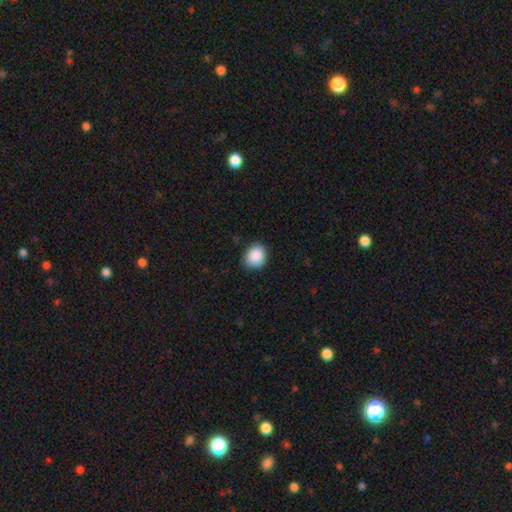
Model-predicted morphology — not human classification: smooth-or-featured: smooth: 89% | star or artifact: 8% | featured or disk: 3%
  how-rounded: round: 69% | in between: 30% | cigar-shaped: 1%
  merging: none: 81% | minor disturbance: 16% | major disturbance: 3% | merger: 1%